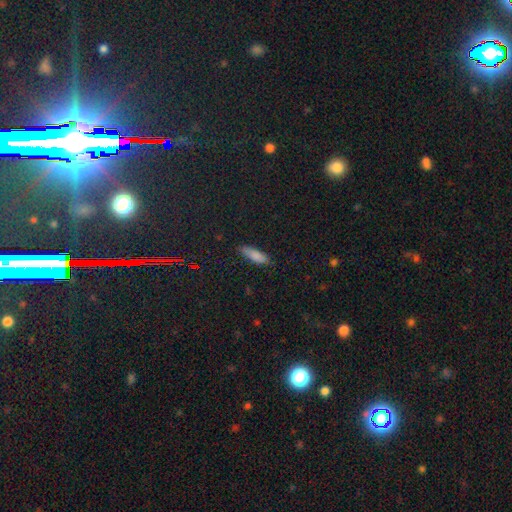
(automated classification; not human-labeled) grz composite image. It shows a smooth galaxy with no disk features (81%) that is in between round and cigar-shaped (57%). Merging: none (81%).